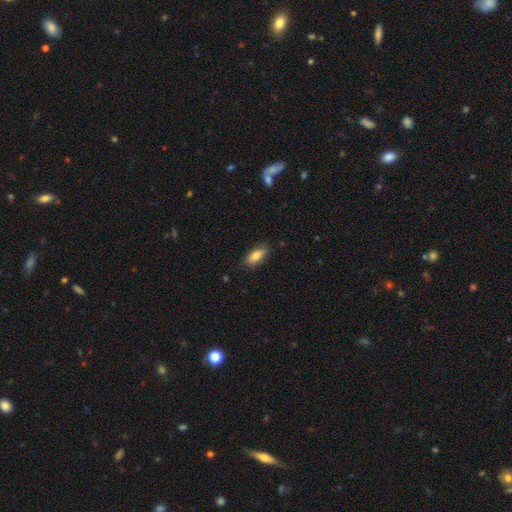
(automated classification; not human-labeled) The model was most divided on "smooth or featured": smooth: 79%, featured or disk: 14%, star or artifact: 7%. More confident: merging — none (83%); how rounded — in between (82%).